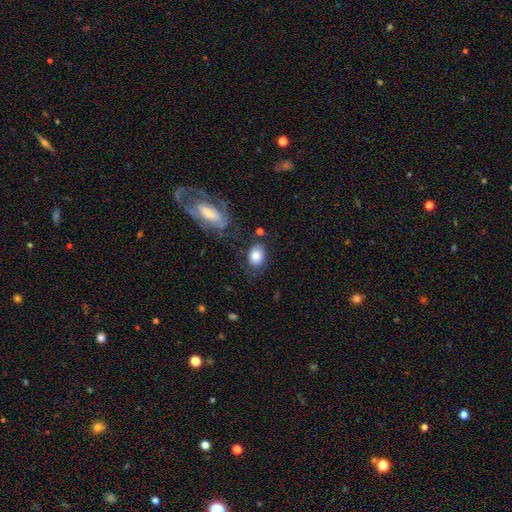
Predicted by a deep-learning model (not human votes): Morphology: type=smooth (81%); roundness=in between (72%); merging=none (68%).